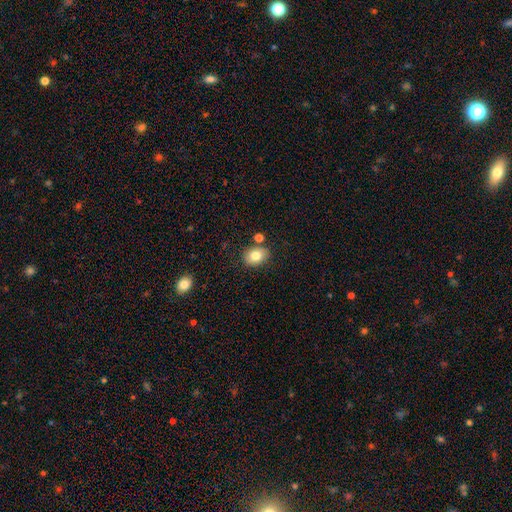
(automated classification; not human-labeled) smooth 80%, featured or disk 11%, star or artifact 9%. Down the decision tree: how rounded — in between (61%); merging — none (80%).